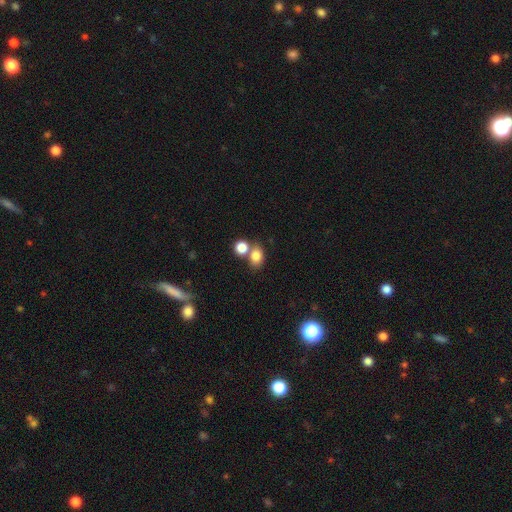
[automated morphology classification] Smooth or featured: smooth — 80% (star or artifact — 11%)
How rounded: in between — 57% (round — 42%)
Merging: none — 51% (merger — 34%)